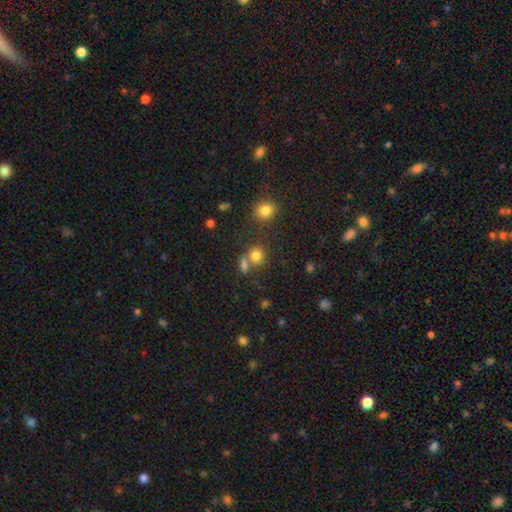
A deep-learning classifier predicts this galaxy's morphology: type=smooth (78%); roundness=round (76%); merging=none (56%).